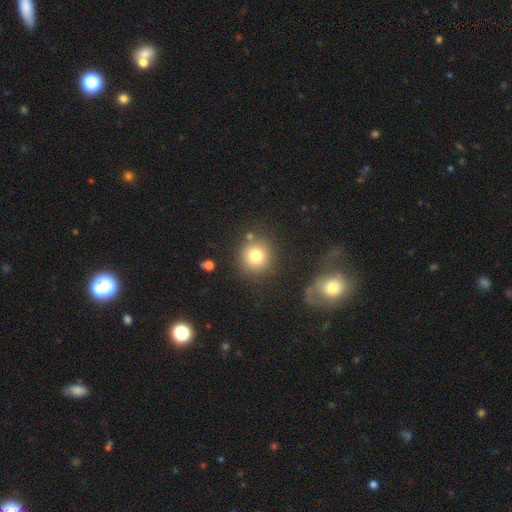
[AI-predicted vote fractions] Morphology: type=smooth (79%); roundness=round (90%); merging=none (80%).